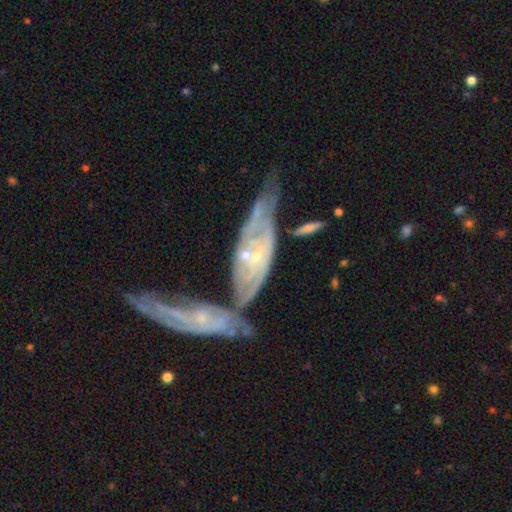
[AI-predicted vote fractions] featured or disk 78%, smooth 16%, star or artifact 6%. Down the decision tree: edge-on disk — no (79%); bar — no (70%); spiral arms — yes (80%); bulge size — small (77%); merging — merger (41%).